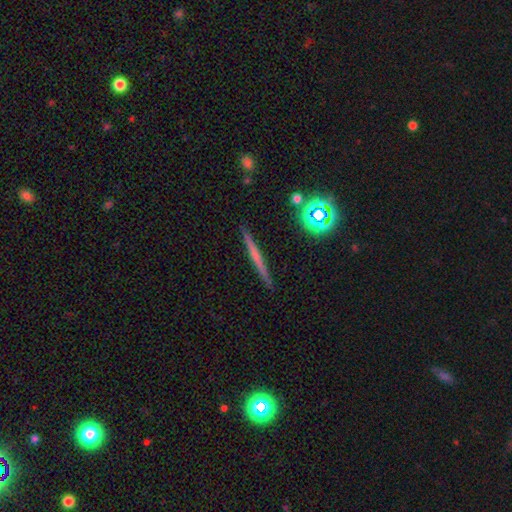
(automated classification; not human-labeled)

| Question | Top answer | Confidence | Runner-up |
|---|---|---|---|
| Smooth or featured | featured or disk | 47% | smooth (42%) |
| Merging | none | 90% | minor disturbance (7%) |